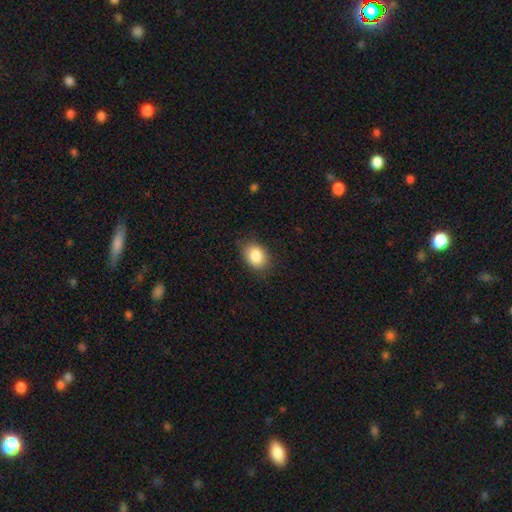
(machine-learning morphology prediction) Smooth or featured?
  - smooth: 85% *
  - star or artifact: 8%
  - featured or disk: 7%
How rounded?
  - in between: 69% *
  - round: 30%
  - cigar-shaped: 1%
Merging?
  - none: 82% *
  - minor disturbance: 14%
  - major disturbance: 3%
  - merger: 1%